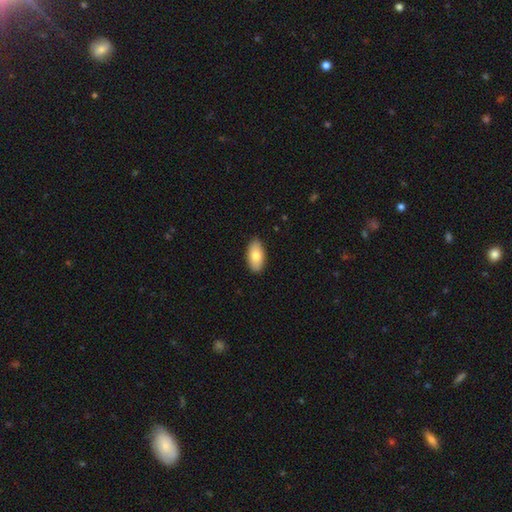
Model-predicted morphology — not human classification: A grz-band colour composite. It shows a smooth galaxy with no disk features (80%) that is in between round and cigar-shaped (94%). Merging: none (89%).